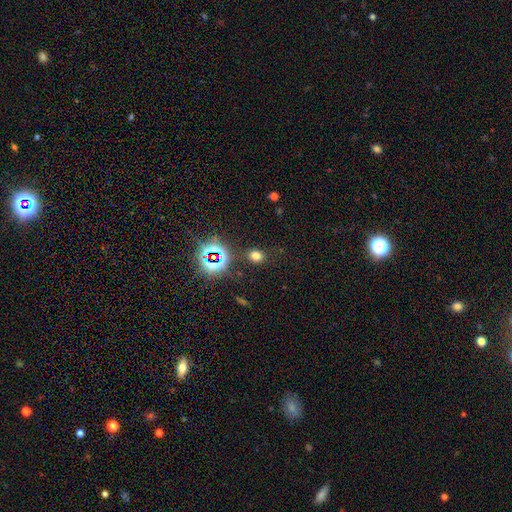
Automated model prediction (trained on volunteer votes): Morphology: type=smooth (65%); roundness=round (56%); merging=none (83%).